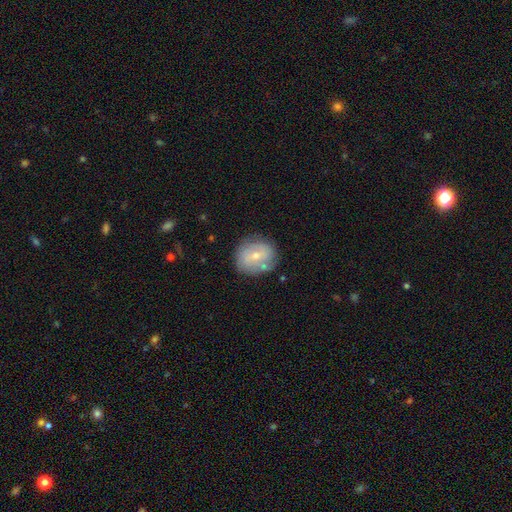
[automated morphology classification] A smooth galaxy with no disk features (50%). Merging: none (67%).